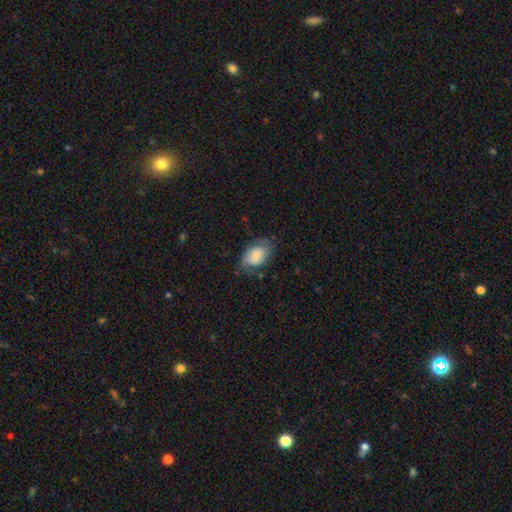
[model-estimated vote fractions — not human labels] Smooth or featured? smooth (75%)
How rounded? in between (89%)
Merging? none (61%)